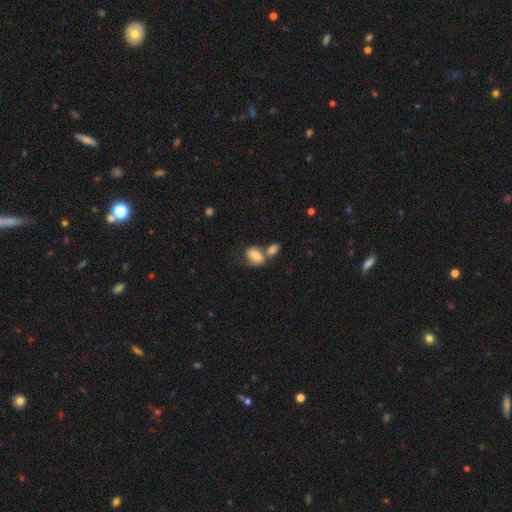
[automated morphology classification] Smooth or featured: smooth — 76% (featured or disk — 16%)
How rounded: in between — 73% (round — 25%)
Merging: merger — 50% (none — 32%)